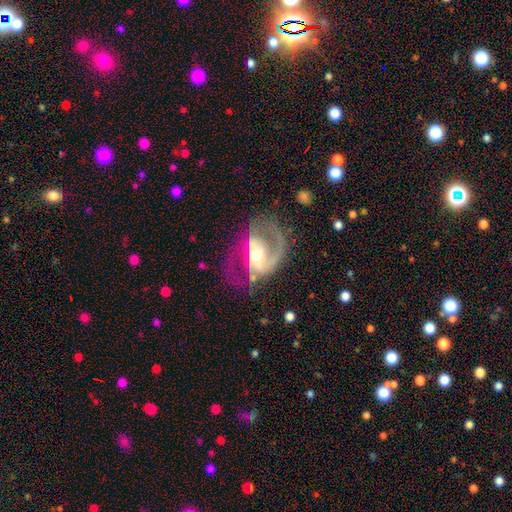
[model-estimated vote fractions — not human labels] smooth_or_featured: featured or disk (p=0.87) [alt: smooth p=0.07]
disk_edge_on: no (p=0.97) [alt: yes p=0.03]
bar: weak (p=0.41) [alt: no p=0.31]
has_spiral_arms: yes (p=0.93) [alt: no p=0.07]
spiral_winding: medium (p=0.53) [alt: loose p=0.29]
spiral_arm_count: 2 (p=0.69) [alt: 1 p=0.19]
bulge_size: moderate (p=0.65) [alt: small p=0.22]
merging: none (p=0.52) [alt: major disturbance p=0.25]